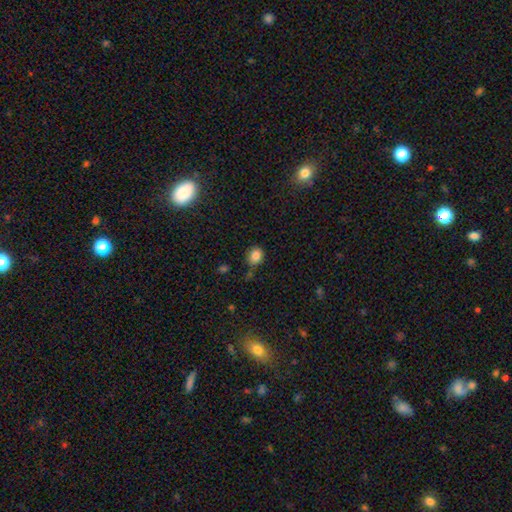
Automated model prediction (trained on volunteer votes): Q: Smooth or featured?
A: smooth (84%); runner-up: star or artifact (11%)
Q: How rounded?
A: round (64%); runner-up: in between (35%)
Q: Merging?
A: none (72%); runner-up: minor disturbance (18%)